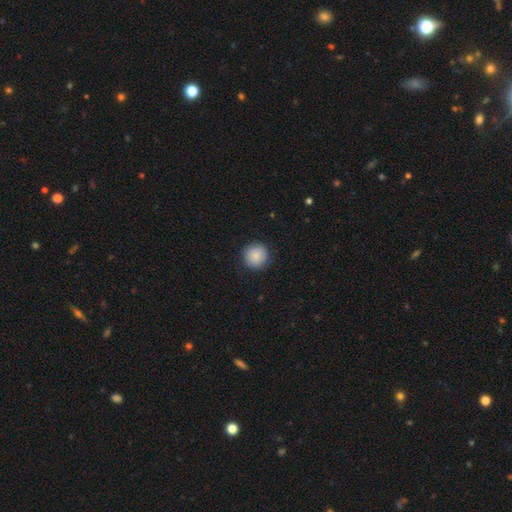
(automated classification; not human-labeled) The model was most divided on "smooth or featured": smooth: 88%, star or artifact: 7%, featured or disk: 5%. More confident: how rounded — round (95%); merging — none (90%).